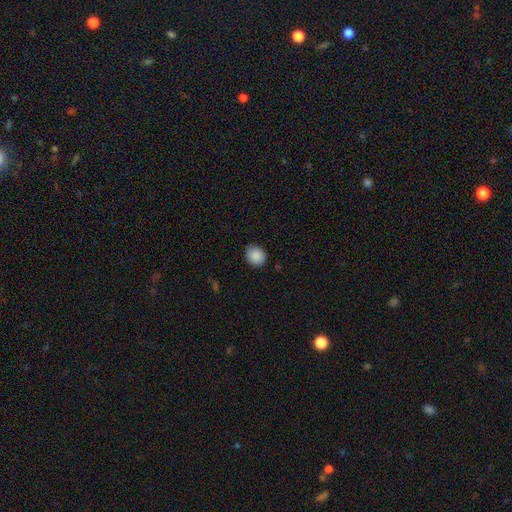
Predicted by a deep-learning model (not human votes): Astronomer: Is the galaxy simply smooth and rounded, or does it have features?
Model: smooth — 89%.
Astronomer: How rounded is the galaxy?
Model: round — 62%.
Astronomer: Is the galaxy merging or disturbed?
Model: none — 84%.